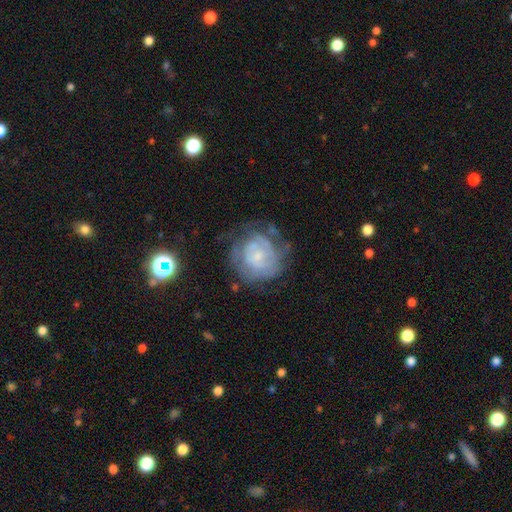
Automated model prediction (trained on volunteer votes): Smooth or featured: featured or disk — 62% (smooth — 29%)
Edge-on disk: no — 98% (yes — 2%)
Bar: no — 72% (weak — 24%)
Spiral arms: yes — 65% (no — 35%)
Bulge size: small — 68% (moderate — 18%)
Merging: none — 54% (minor disturbance — 24%)